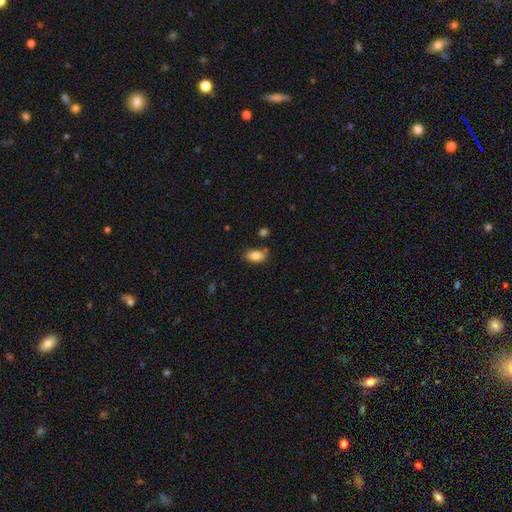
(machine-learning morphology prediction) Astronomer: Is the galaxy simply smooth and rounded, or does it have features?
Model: smooth — 84%.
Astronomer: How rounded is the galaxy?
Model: in between — 91%.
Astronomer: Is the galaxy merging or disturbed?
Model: none — 73%.